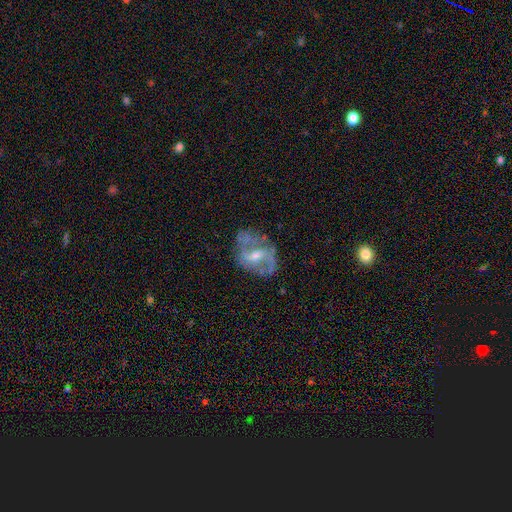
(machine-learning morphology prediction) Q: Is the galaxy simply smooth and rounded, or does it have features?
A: featured or disk — 81%.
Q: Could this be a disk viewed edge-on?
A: no — 97%.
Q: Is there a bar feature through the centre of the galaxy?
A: weak — 51%.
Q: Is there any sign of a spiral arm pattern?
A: yes — 88%.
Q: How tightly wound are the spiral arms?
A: medium — 44%.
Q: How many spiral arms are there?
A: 2 — 78%.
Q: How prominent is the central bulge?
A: moderate — 52%.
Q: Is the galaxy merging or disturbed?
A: none — 61%.